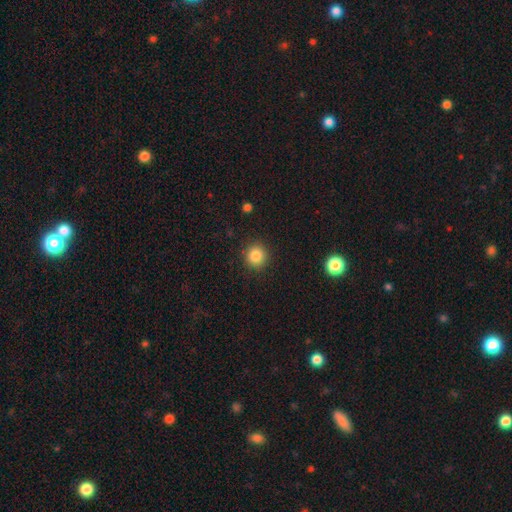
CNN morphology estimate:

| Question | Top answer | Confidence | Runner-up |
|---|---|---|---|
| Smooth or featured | smooth | 85% | star or artifact (11%) |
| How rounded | round | 92% | in between (7%) |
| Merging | none | 91% | minor disturbance (6%) |